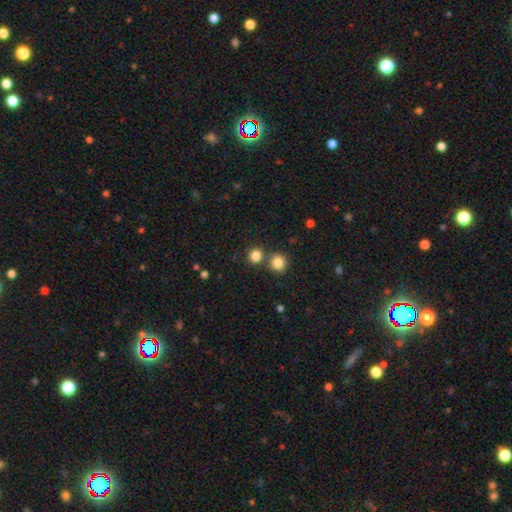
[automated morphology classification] Smooth or featured? Predicted: smooth (p=0.83). How rounded? Predicted: round (p=0.86). Merging? Predicted: none (p=0.68).